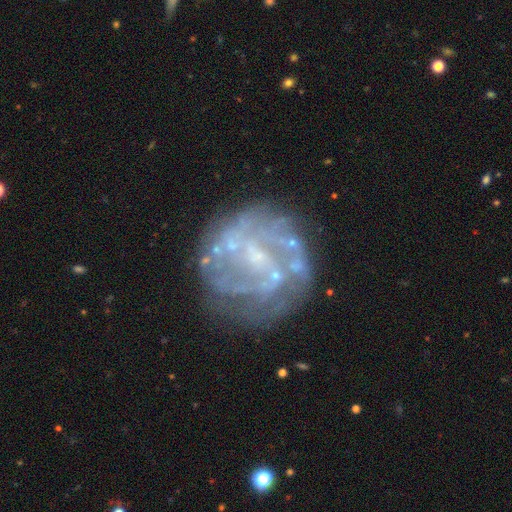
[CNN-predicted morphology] Smooth or featured: featured or disk — 78% (smooth — 13%)
Edge-on disk: no — 98% (yes — 2%)
Bar: no — 43% (weak — 42%)
Spiral arms: yes — 61% (no — 39%)
Bulge size: small — 52% (none — 30%)
Merging: none — 70% (minor disturbance — 15%)